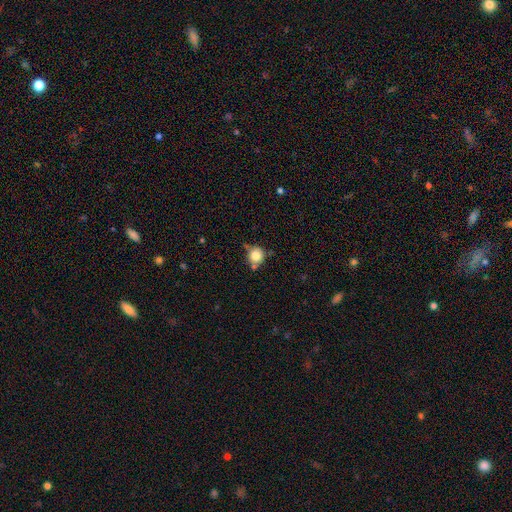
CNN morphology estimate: Smooth or featured?
  - smooth: 79% *
  - star or artifact: 10%
  - featured or disk: 10%
How rounded?
  - round: 89% *
  - in between: 10%
  - cigar-shaped: 1%
Merging?
  - none: 61% *
  - minor disturbance: 19%
  - merger: 14%
  - major disturbance: 5%